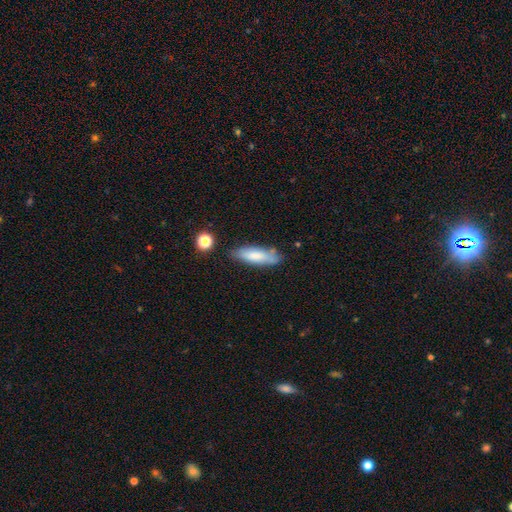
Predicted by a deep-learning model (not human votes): smooth_or_featured: smooth (p=0.74) [alt: featured or disk p=0.19]
how_rounded: cigar-shaped (p=0.53) [alt: in between p=0.45]
merging: none (p=0.72) [alt: minor disturbance p=0.19]